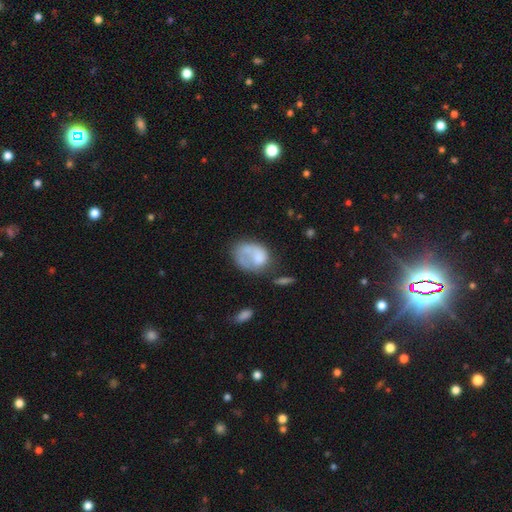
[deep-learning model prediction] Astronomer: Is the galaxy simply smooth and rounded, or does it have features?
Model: smooth — 58% (runner-up: featured or disk, 35%).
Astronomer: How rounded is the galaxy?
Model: in between — 66%.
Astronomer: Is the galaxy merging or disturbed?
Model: major disturbance — 36% (runner-up: none, 31%).